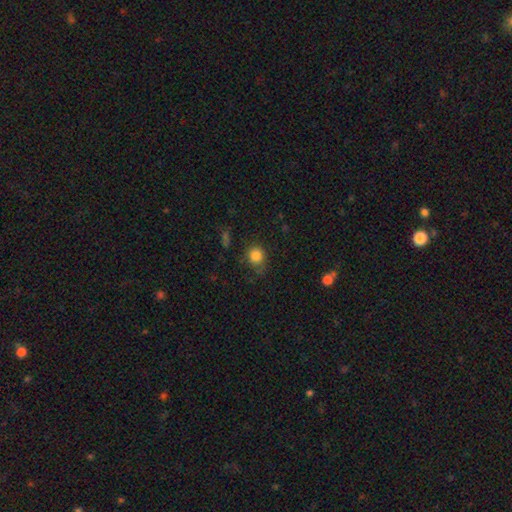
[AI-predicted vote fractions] Overall: smooth (83%). How rounded: round (83%). Merging: none (74%).